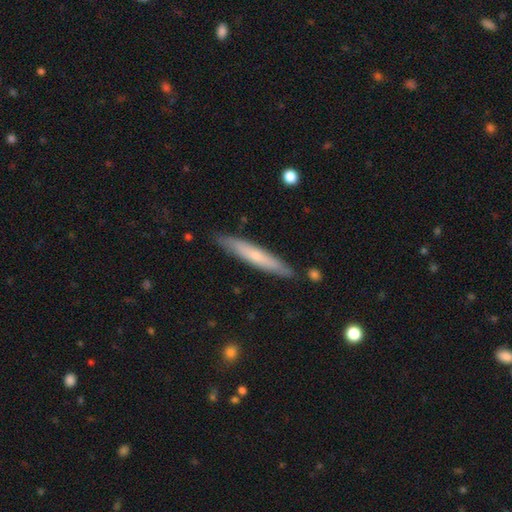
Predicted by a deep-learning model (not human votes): Q: Smooth or featured?
A: smooth (53%); runner-up: featured or disk (41%)
Q: How rounded?
A: cigar-shaped (93%); runner-up: in between (5%)
Q: Merging?
A: none (85%); runner-up: minor disturbance (11%)